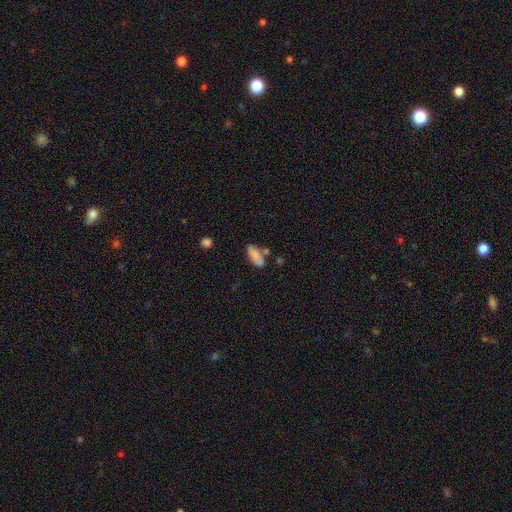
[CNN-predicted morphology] The model was most divided on "merging": none: 58%, minor disturbance: 20%, merger: 17%, major disturbance: 6%. More confident: smooth or featured — smooth (82%); how rounded — in between (75%).